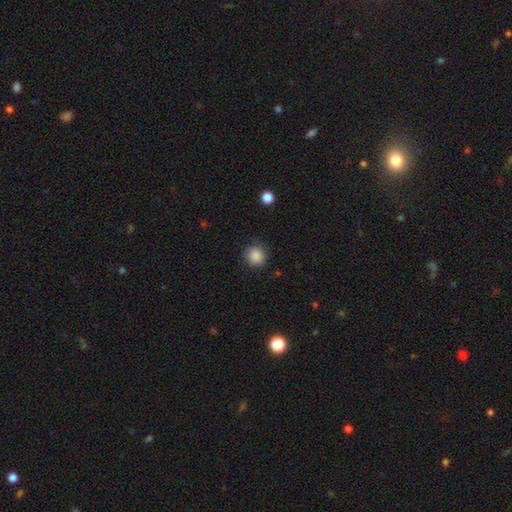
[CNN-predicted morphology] Smooth or featured? smooth (87%)
How rounded? round (92%)
Merging? none (89%)